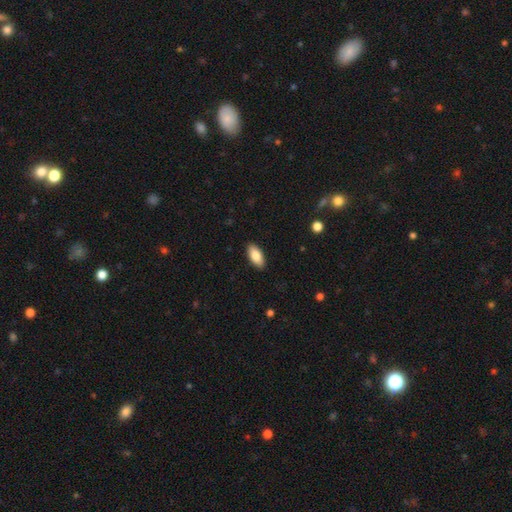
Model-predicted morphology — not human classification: This appears to be a smooth galaxy with no disk features (85%) that is in between round and cigar-shaped (90%). Merging: none (90%).